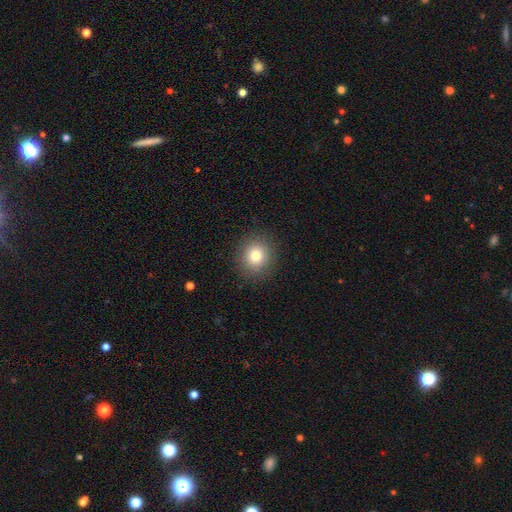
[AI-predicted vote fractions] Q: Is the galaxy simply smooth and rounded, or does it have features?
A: smooth — 79%.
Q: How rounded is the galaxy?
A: round — 83%.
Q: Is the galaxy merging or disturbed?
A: none — 89%.